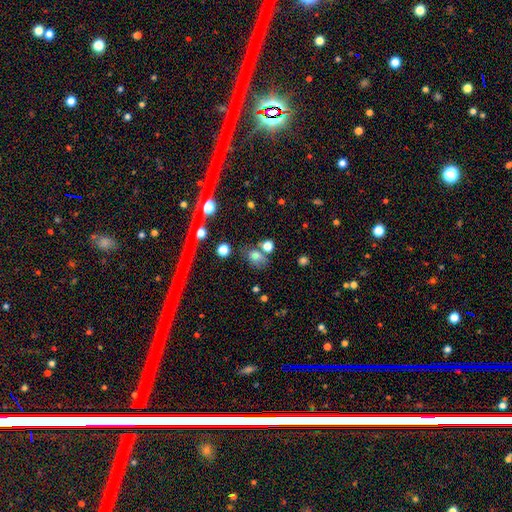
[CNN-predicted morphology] Q: Smooth or featured?
A: smooth (64%); runner-up: star or artifact (21%)
Q: How rounded?
A: in between (52%); runner-up: round (45%)
Q: Merging?
A: none (64%); runner-up: minor disturbance (15%)